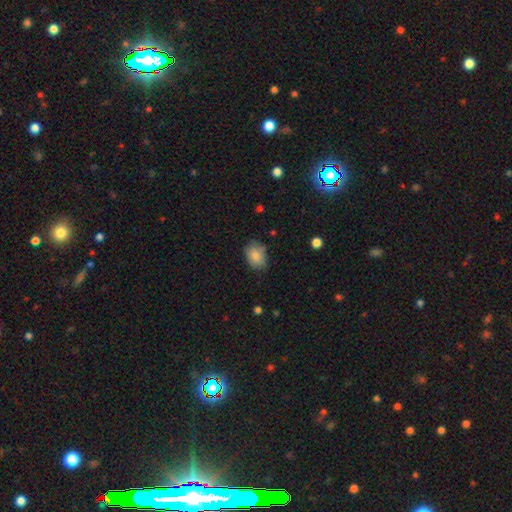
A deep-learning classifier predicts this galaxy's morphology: Smooth or featured?
  - smooth: 82% *
  - featured or disk: 10%
  - star or artifact: 8%
How rounded?
  - in between: 77% *
  - round: 21%
  - cigar-shaped: 1%
Merging?
  - none: 68% *
  - minor disturbance: 25%
  - major disturbance: 5%
  - merger: 2%